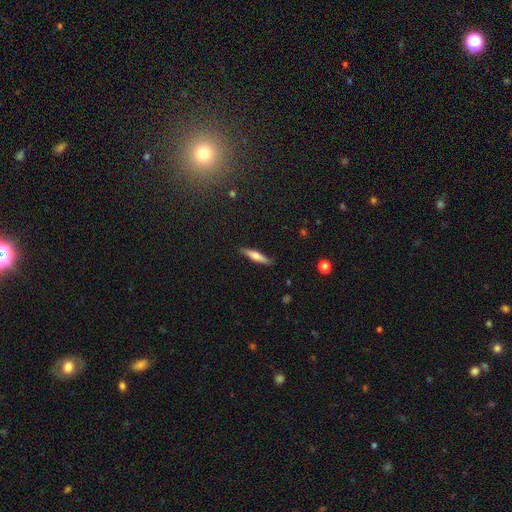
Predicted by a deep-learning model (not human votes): A smooth galaxy with no disk features (55%) that is cigar-shaped (83%). Merging: none (87%).